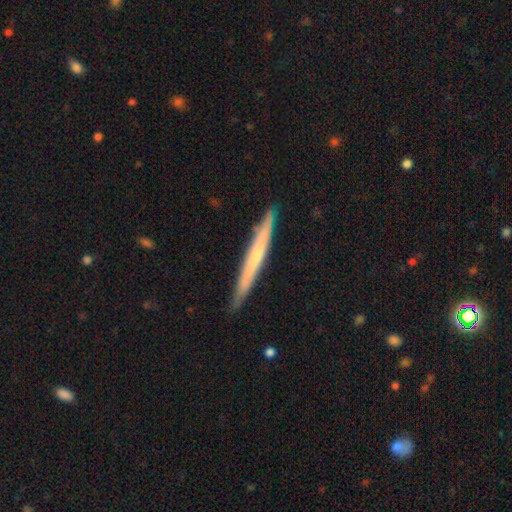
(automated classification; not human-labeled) This is possibly a featured or disk galaxy (53%). It is clearly viewed edge-on (94%). Edge-on bulge: likely none (64%). Merging: clearly none (87%).